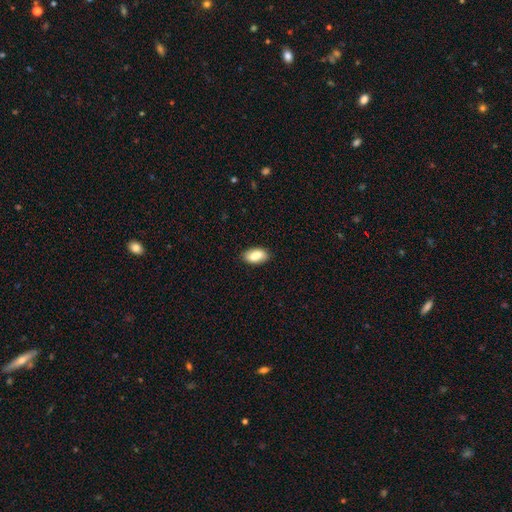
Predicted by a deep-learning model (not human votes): Q: Smooth or featured?
A: smooth (86%); runner-up: featured or disk (8%)
Q: How rounded?
A: in between (93%); runner-up: round (4%)
Q: Merging?
A: none (85%); runner-up: minor disturbance (11%)